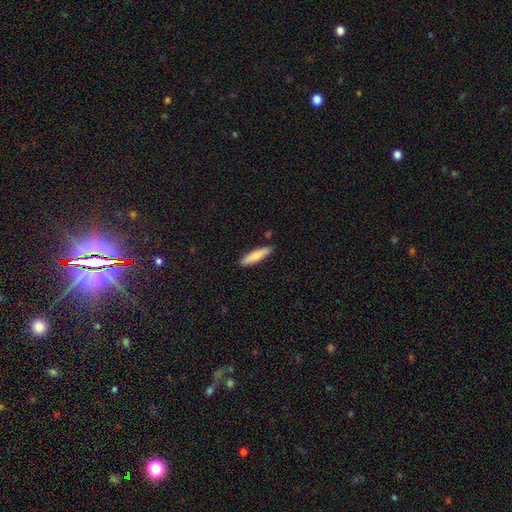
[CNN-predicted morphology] type=smooth (80%); roundness=cigar-shaped (79%); merging=none (87%).